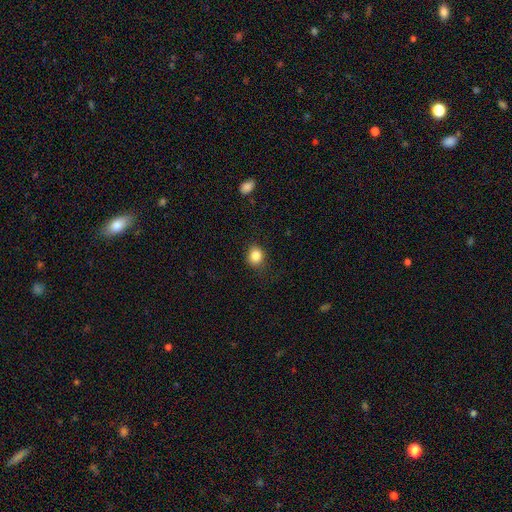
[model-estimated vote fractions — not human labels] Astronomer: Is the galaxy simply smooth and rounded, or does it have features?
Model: smooth — 85%.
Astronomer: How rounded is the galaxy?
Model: round — 74%.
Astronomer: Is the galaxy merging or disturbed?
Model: none — 82%.